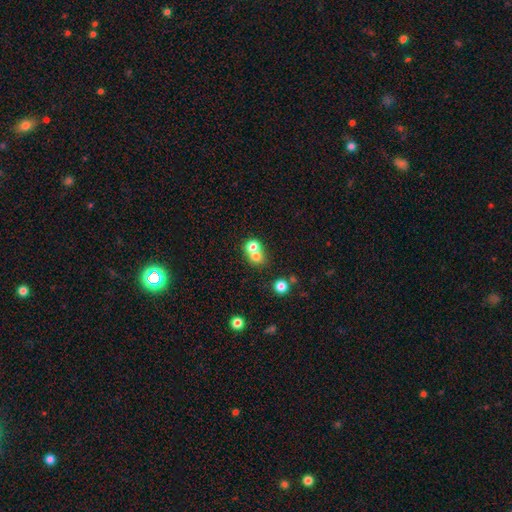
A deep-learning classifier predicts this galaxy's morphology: This is likely a smooth galaxy (71%). How rounded: likely round (73%). Merging: possibly merger (60%).